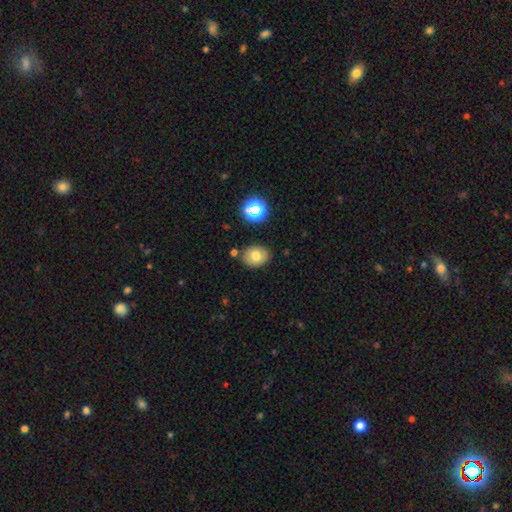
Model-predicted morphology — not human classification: Smooth or featured? smooth (73%)
How rounded? in between (50%)
Merging? none (81%)